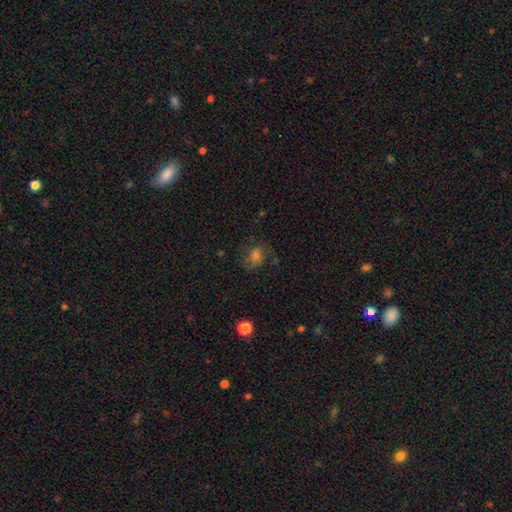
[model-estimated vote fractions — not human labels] Overall: smooth (49%; featured or disk 34%). Merging: none (58%; minor disturbance 21%).